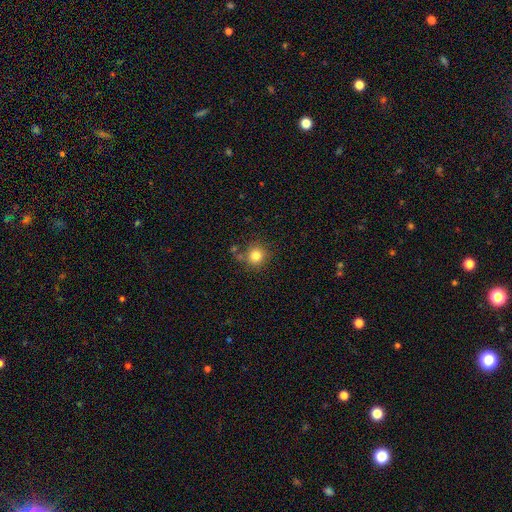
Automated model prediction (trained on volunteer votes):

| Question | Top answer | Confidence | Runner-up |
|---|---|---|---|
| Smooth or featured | smooth | 81% | star or artifact (12%) |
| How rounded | round | 92% | in between (7%) |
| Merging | none | 77% | minor disturbance (11%) |